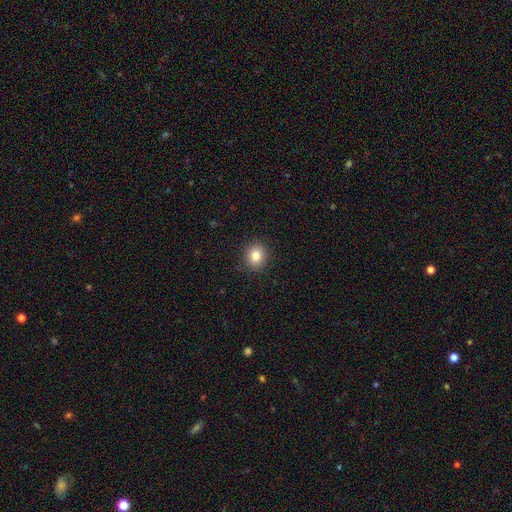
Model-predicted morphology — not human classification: Smooth or featured? smooth (82%)
How rounded? round (78%)
Merging? none (91%)